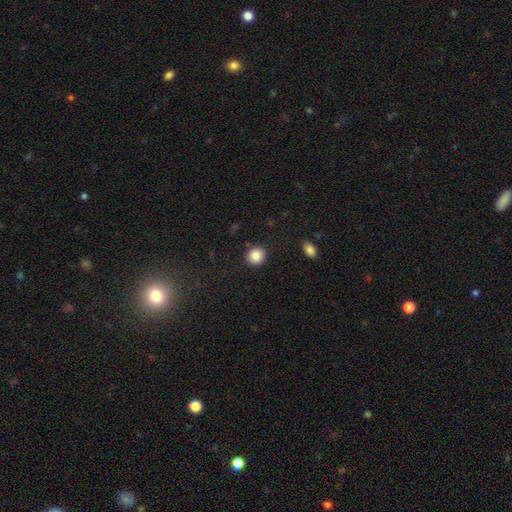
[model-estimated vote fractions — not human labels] Smooth or featured?
  - smooth: 87% *
  - star or artifact: 9%
  - featured or disk: 4%
How rounded?
  - round: 90% *
  - in between: 9%
  - cigar-shaped: 1%
Merging?
  - none: 91% *
  - minor disturbance: 6%
  - major disturbance: 2%
  - merger: 1%